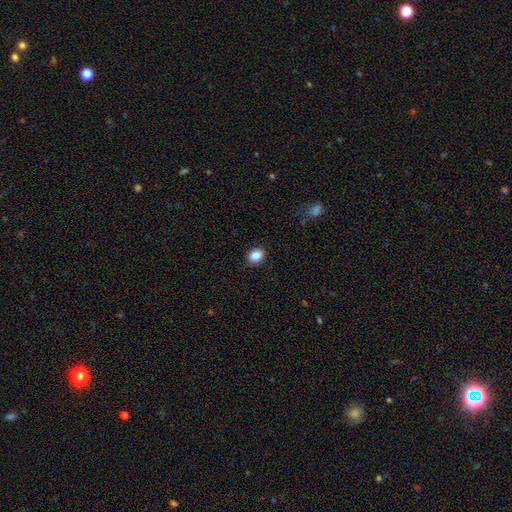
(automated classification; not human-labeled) smooth-or-featured: smooth: 85% | star or artifact: 10% | featured or disk: 5%
  how-rounded: in between: 54% | round: 45% | cigar-shaped: 1%
  merging: none: 88% | minor disturbance: 9% | major disturbance: 2% | merger: 1%